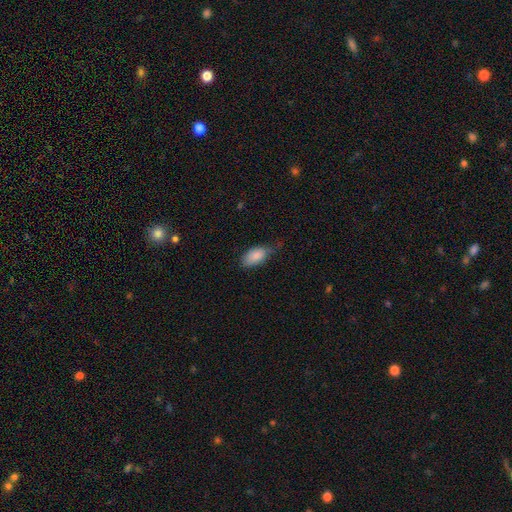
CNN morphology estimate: Smooth or featured? Predicted: smooth (p=0.87). How rounded? Predicted: in between (p=0.93). Merging? Predicted: none (p=0.49).